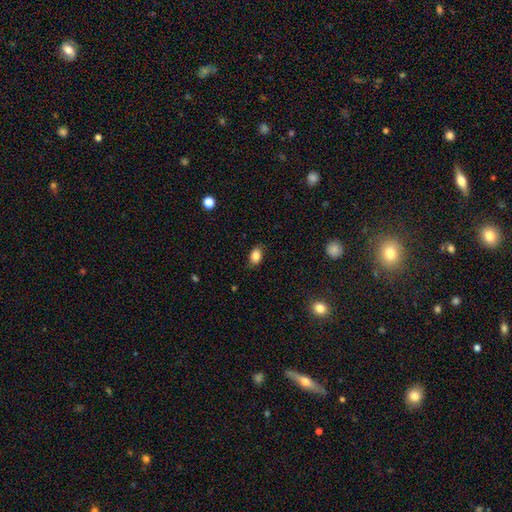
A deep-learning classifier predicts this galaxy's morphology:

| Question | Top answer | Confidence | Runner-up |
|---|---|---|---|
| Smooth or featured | smooth | 85% | star or artifact (9%) |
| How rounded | in between | 80% | round (19%) |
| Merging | none | 84% | minor disturbance (12%) |